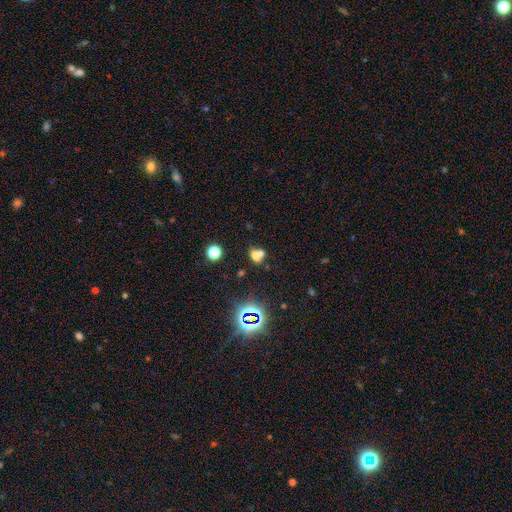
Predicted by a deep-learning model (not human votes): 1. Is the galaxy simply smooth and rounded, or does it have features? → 60% smooth, 23% star or artifact, 17% featured or disk.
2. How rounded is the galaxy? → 55% round, 44% in between, 2% cigar-shaped.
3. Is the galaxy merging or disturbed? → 54% merger, 34% none, 8% minor disturbance, 4% major disturbance.